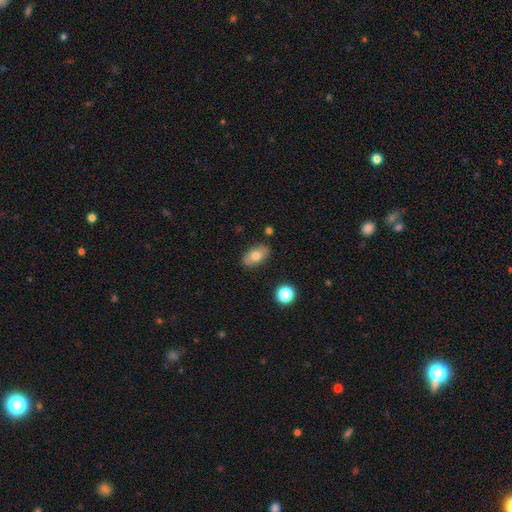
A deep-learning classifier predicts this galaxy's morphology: A smooth galaxy with no disk features (75%) that is in between round and cigar-shaped (91%).

Vote fractions:
- Smooth or featured? smooth: 75% / featured or disk: 17% / star or artifact: 8%
- How rounded? in between: 91% / round: 7% / cigar-shaped: 2%
- Merging? none: 84% / minor disturbance: 12% / major disturbance: 2% / merger: 2%